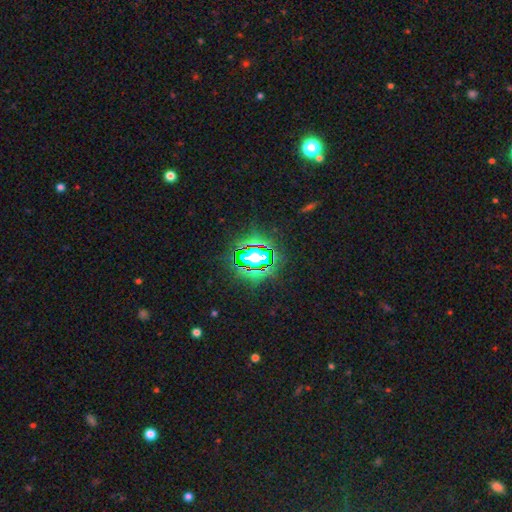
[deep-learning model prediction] Smooth or featured: star or artifact — 83% (smooth — 10%)